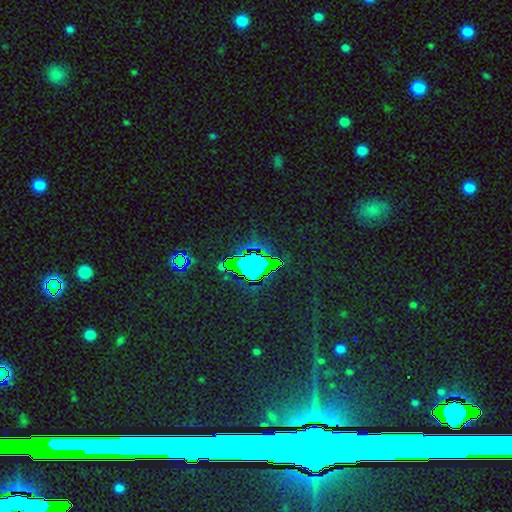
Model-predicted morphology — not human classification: smooth-or-featured: star or artifact: 82% | featured or disk: 10% | smooth: 8%